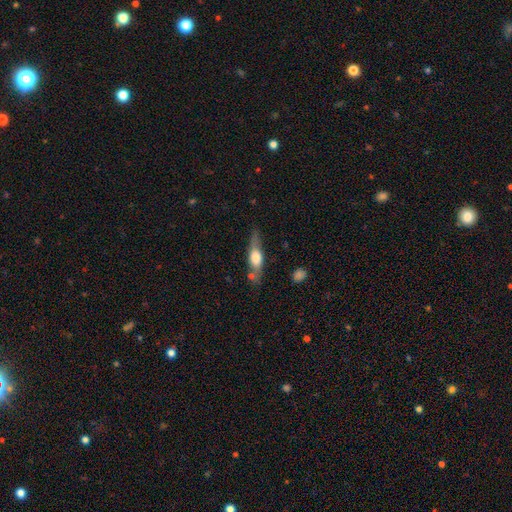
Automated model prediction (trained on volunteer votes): The model was most divided on "smooth or featured": featured or disk: 50%, smooth: 44%, star or artifact: 6%. More confident: merging — none (69%).